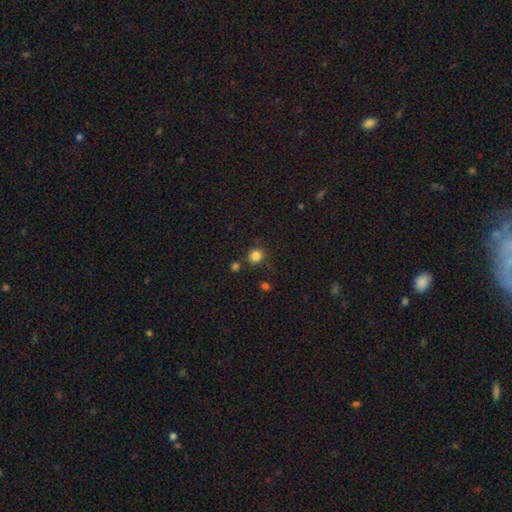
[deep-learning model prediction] Q: Smooth or featured?
A: smooth (83%); runner-up: star or artifact (12%)
Q: How rounded?
A: round (90%); runner-up: in between (9%)
Q: Merging?
A: none (79%); runner-up: minor disturbance (10%)